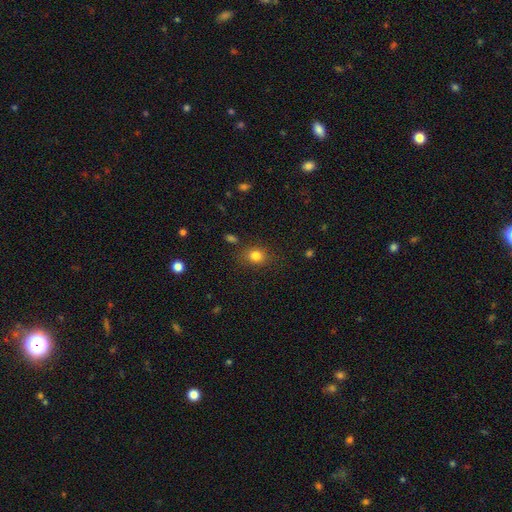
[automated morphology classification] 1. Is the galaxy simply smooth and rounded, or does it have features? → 82% smooth, 12% star or artifact, 6% featured or disk.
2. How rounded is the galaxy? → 53% round, 46% in between, 1% cigar-shaped.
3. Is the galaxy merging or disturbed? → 80% none, 13% minor disturbance, 4% major disturbance, 2% merger.